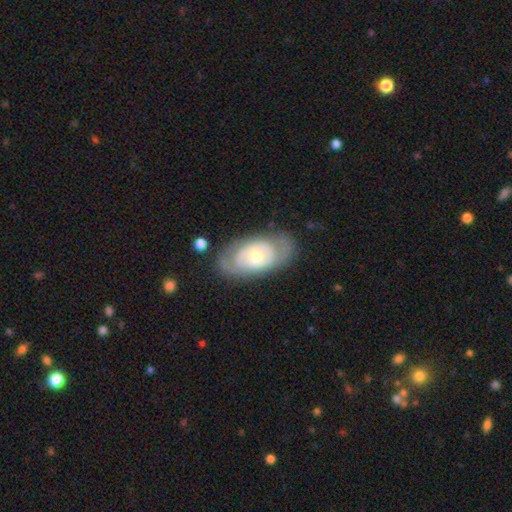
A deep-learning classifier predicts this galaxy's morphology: Q: Smooth or featured?
A: featured or disk (69%); runner-up: smooth (26%)
Q: Edge-on disk?
A: no (92%); runner-up: yes (8%)
Q: Bar?
A: no (83%); runner-up: weak (13%)
Q: Spiral arms?
A: yes (53%); runner-up: no (47%)
Q: Bulge size?
A: moderate (56%); runner-up: small (38%)
Q: Merging?
A: none (74%); runner-up: minor disturbance (17%)